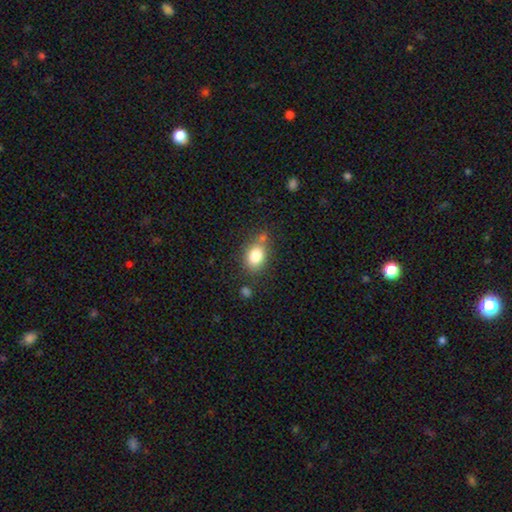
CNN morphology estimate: This is clearly a smooth galaxy (82%). How rounded: likely in between (67%). Merging: likely none (66%).